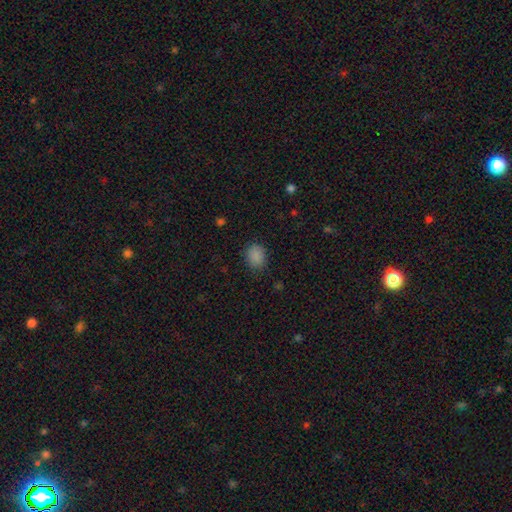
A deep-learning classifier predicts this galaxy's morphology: Smooth or featured?
  - smooth: 86% *
  - star or artifact: 10%
  - featured or disk: 3%
How rounded?
  - round: 53% *
  - in between: 46%
  - cigar-shaped: 1%
Merging?
  - none: 81% *
  - minor disturbance: 14%
  - major disturbance: 4%
  - merger: 1%